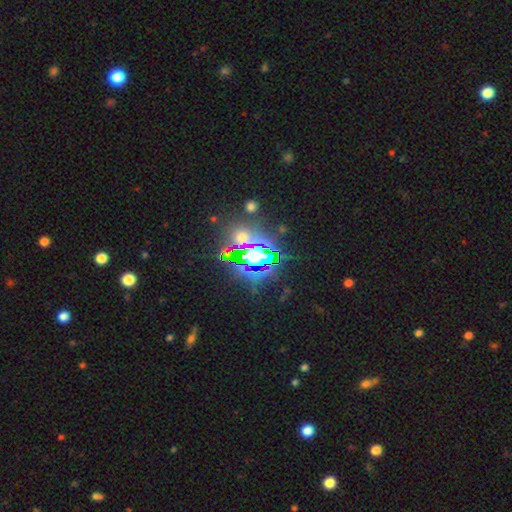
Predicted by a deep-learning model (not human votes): This is likely a star or artifact rather than a galaxy (76%).